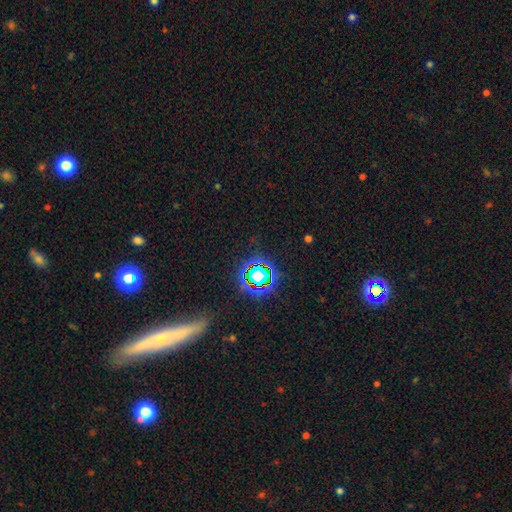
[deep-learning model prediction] Smooth or featured?
  - star or artifact: 49% *
  - smooth: 26%
  - featured or disk: 25%